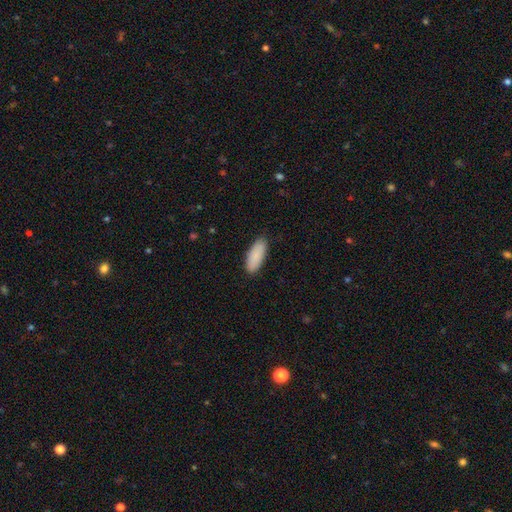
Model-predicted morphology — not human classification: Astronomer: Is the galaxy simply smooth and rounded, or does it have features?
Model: smooth — 89%.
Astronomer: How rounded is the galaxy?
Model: in between — 76%.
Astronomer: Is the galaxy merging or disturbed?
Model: none — 89%.